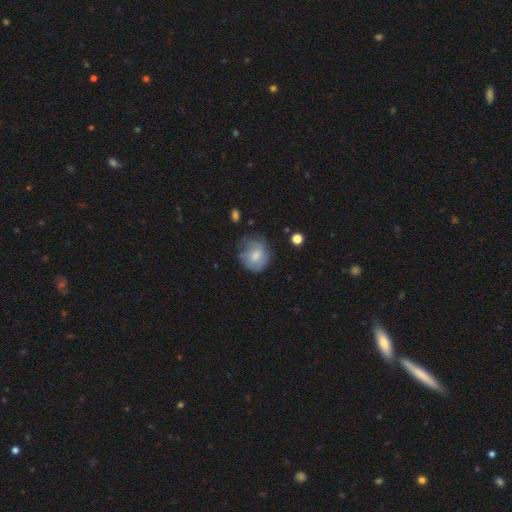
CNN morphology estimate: The model was most divided on "merging": none: 53%, minor disturbance: 29%, major disturbance: 16%, merger: 2%. More confident: how rounded — round (73%); smooth or featured — smooth (59%).